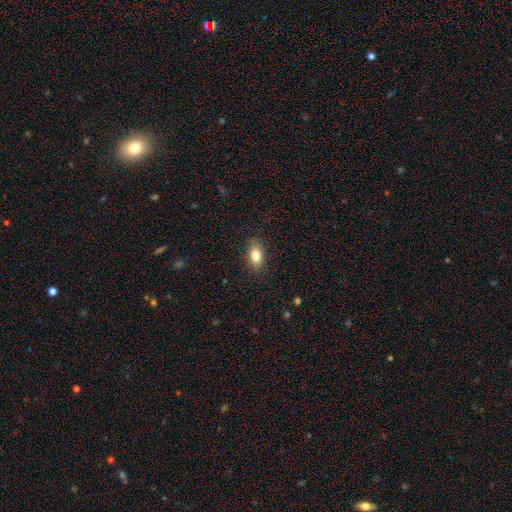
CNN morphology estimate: The model was most divided on "smooth or featured": smooth: 82%, featured or disk: 10%, star or artifact: 8%. More confident: how rounded — in between (88%); merging — none (86%).